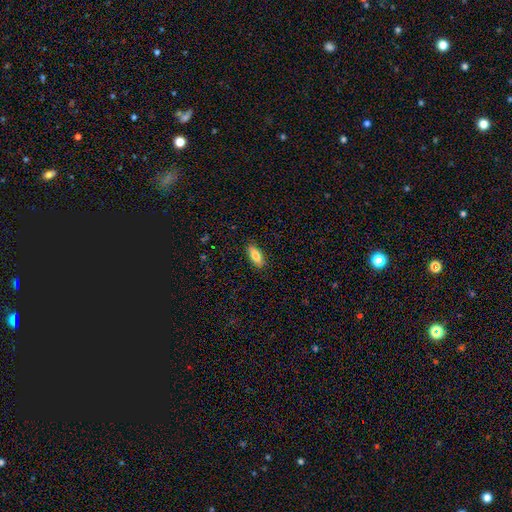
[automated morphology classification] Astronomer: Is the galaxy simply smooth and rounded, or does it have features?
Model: smooth — 79%.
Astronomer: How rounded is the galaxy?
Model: in between — 72%.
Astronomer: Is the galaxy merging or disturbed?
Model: none — 88%.